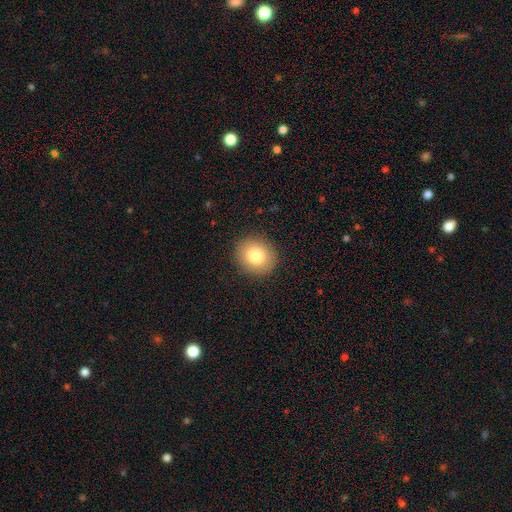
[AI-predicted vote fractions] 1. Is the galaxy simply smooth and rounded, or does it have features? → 81% smooth, 10% star or artifact, 9% featured or disk.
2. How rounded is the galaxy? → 82% round, 17% in between, 1% cigar-shaped.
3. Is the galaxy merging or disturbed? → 91% none, 6% minor disturbance, 2% major disturbance, 1% merger.